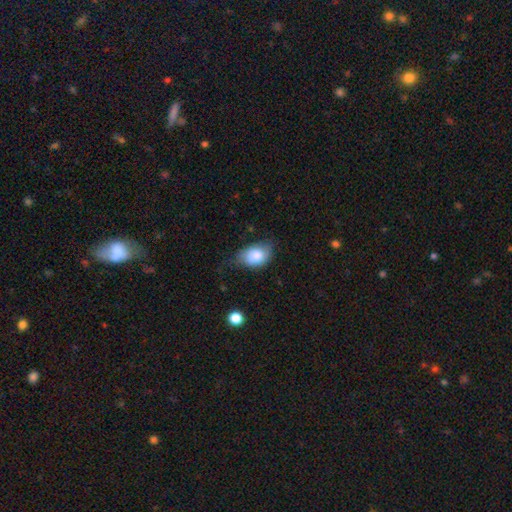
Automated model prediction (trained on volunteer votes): Smooth or featured? smooth (81%)
How rounded? in between (82%)
Merging? none (49%)